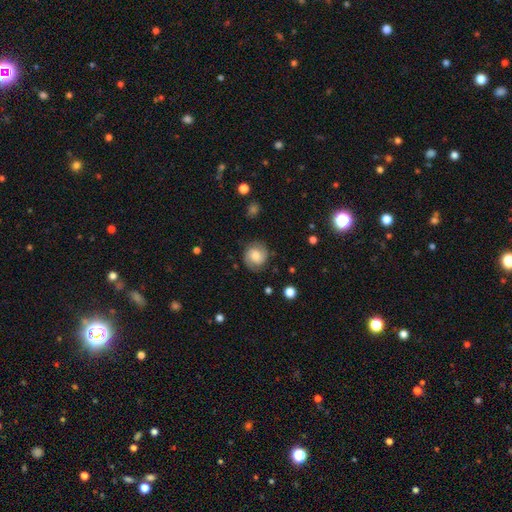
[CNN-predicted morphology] This appears to be a featured or disk galaxy (49%). Merging: none (79%).